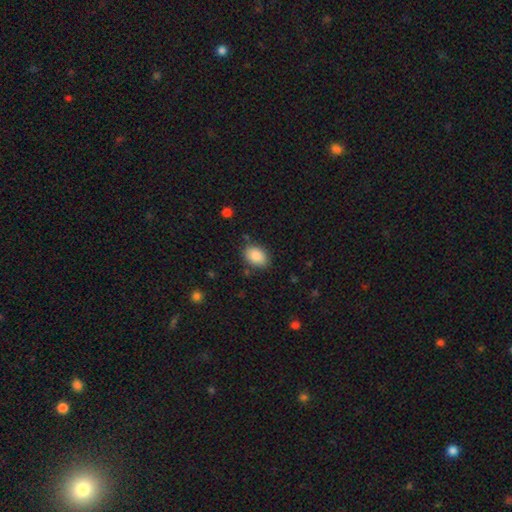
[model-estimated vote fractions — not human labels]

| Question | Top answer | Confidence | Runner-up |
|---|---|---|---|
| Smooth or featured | smooth | 88% | star or artifact (7%) |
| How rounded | in between | 81% | round (18%) |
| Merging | none | 82% | minor disturbance (13%) |